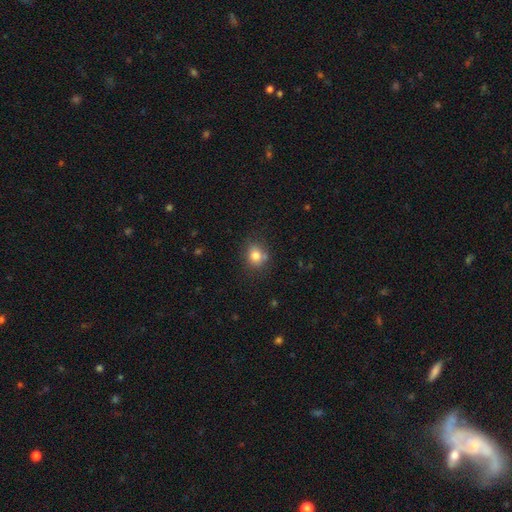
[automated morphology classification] smooth-or-featured: smooth: 79% | star or artifact: 12% | featured or disk: 9%
  how-rounded: round: 69% | in between: 30% | cigar-shaped: 1%
  merging: none: 71% | minor disturbance: 16% | merger: 8% | major disturbance: 4%